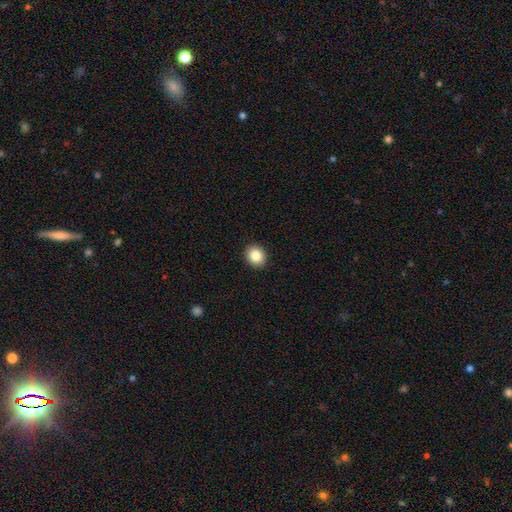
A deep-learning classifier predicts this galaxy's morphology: smooth-or-featured: smooth: 85% | star or artifact: 9% | featured or disk: 6%
  how-rounded: round: 72% | in between: 27% | cigar-shaped: 1%
  merging: none: 92% | minor disturbance: 5% | major disturbance: 2% | merger: 1%